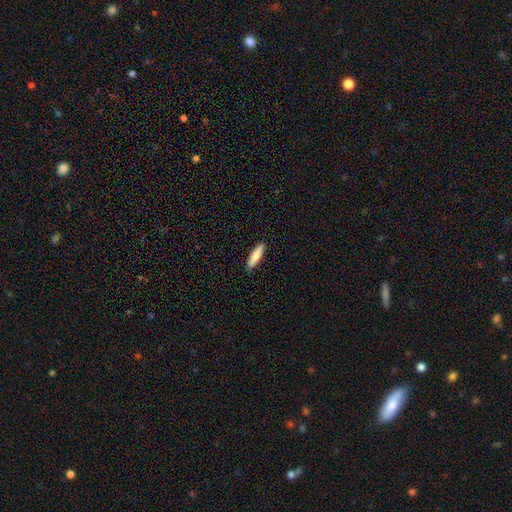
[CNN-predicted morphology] Smooth or featured? Predicted: smooth (p=0.77). How rounded? Predicted: cigar-shaped (p=0.73). Merging? Predicted: none (p=0.89).